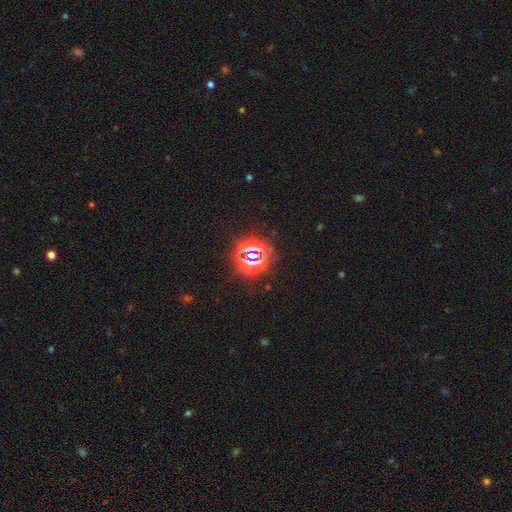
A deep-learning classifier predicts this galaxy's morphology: A star or artifact, not a galaxy (75%).

Vote fractions:
- Smooth or featured? star or artifact: 75% / smooth: 16% / featured or disk: 9%